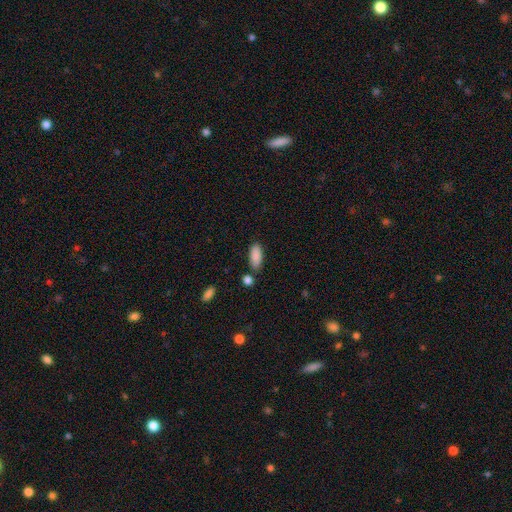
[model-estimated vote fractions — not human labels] smooth 89%, star or artifact 6%, featured or disk 4%. Down the decision tree: how rounded — in between (83%); merging — none (78%).